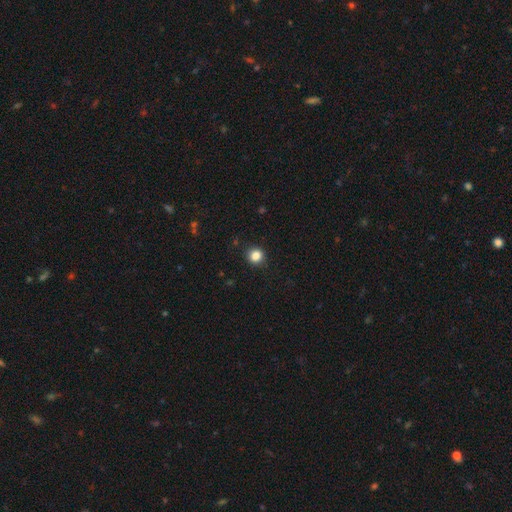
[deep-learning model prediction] Q: Smooth or featured?
A: smooth (85%); runner-up: star or artifact (11%)
Q: How rounded?
A: round (90%); runner-up: in between (9%)
Q: Merging?
A: none (92%); runner-up: minor disturbance (6%)